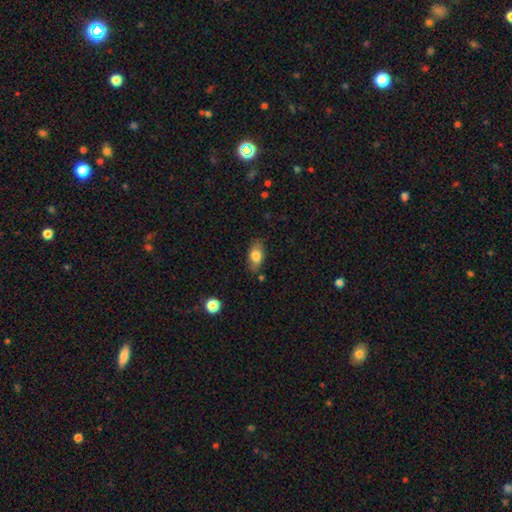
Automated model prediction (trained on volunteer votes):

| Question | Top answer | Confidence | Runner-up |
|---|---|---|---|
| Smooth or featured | smooth | 78% | featured or disk (15%) |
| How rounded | in between | 88% | round (7%) |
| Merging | none | 77% | minor disturbance (17%) |